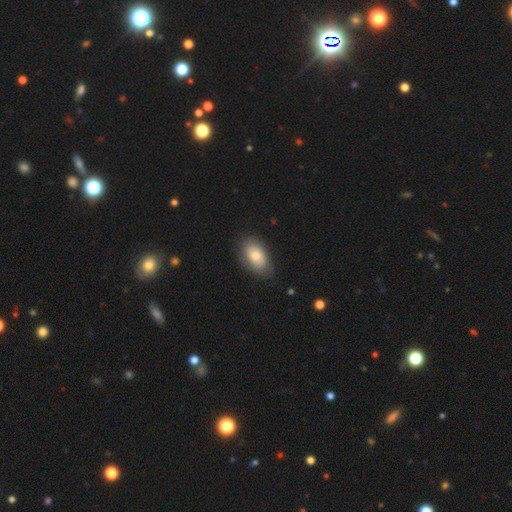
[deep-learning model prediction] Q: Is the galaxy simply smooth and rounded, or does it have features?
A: smooth — 74%.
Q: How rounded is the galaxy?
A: in between — 91%.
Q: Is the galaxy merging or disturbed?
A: none — 75%.